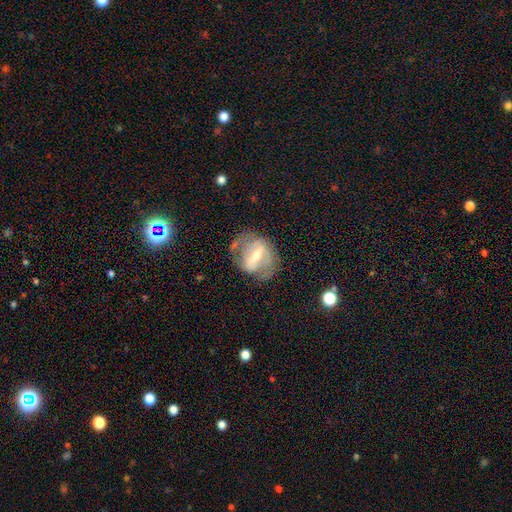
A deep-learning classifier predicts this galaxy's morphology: This is likely a featured or disk galaxy (77%). It is clearly not viewed edge-on (95%). Bar: likely strong (61%). Spiral arm pattern: likely yes (72%). Spiral arm count: likely 2 (75%). Spiral winding: possibly medium (45%). Central bulge: possibly moderate (49%). Merging: possibly none (59%).